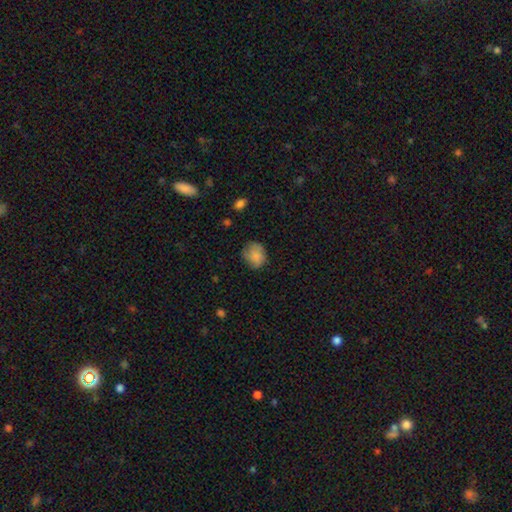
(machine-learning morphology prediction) This appears to be a smooth galaxy with no disk features (76%) that is round (69%). Merging: none (70%).